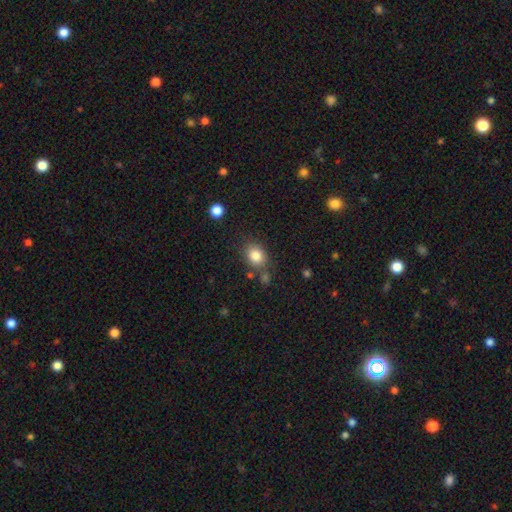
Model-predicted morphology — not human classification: Smooth or featured? smooth (83%)
How rounded? round (51%)
Merging? none (72%)